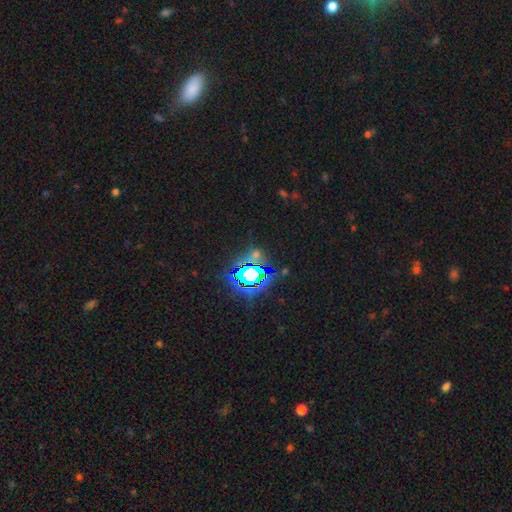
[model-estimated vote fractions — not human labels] smooth-or-featured: star or artifact: 73% | smooth: 17% | featured or disk: 10%